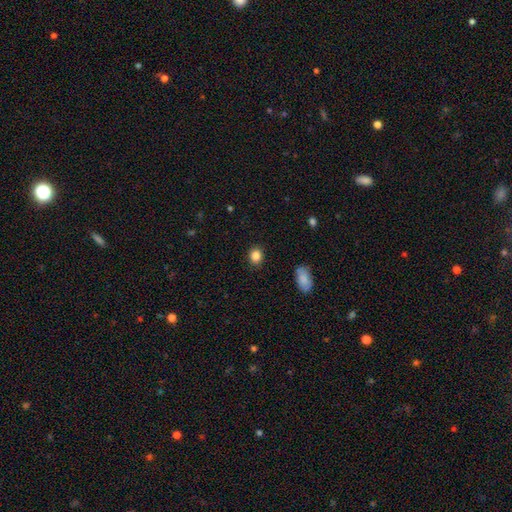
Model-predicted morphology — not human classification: Smooth or featured?
  - smooth: 86% *
  - star or artifact: 10%
  - featured or disk: 4%
How rounded?
  - round: 65% *
  - in between: 34%
  - cigar-shaped: 1%
Merging?
  - none: 88% *
  - minor disturbance: 8%
  - major disturbance: 2%
  - merger: 1%